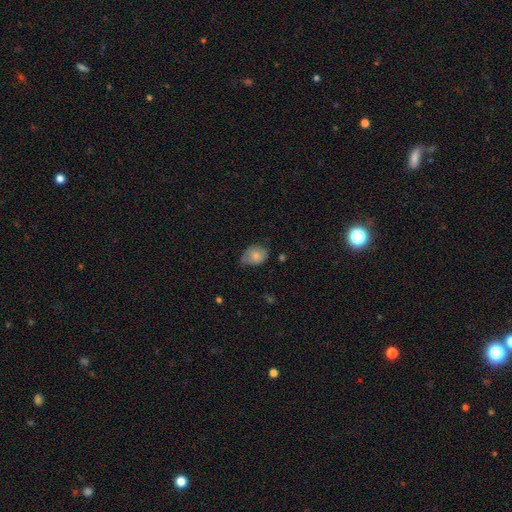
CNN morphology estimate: Smooth or featured?
  - smooth: 76% *
  - featured or disk: 16%
  - star or artifact: 8%
How rounded?
  - in between: 70% *
  - round: 29%
  - cigar-shaped: 1%
Merging?
  - none: 50% *
  - minor disturbance: 38%
  - major disturbance: 10%
  - merger: 2%